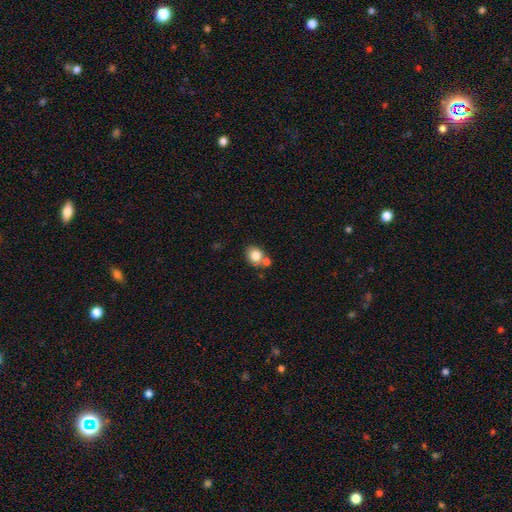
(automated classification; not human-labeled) A smooth galaxy with no disk features (81%) that is round (70%). Merging: none (54%).